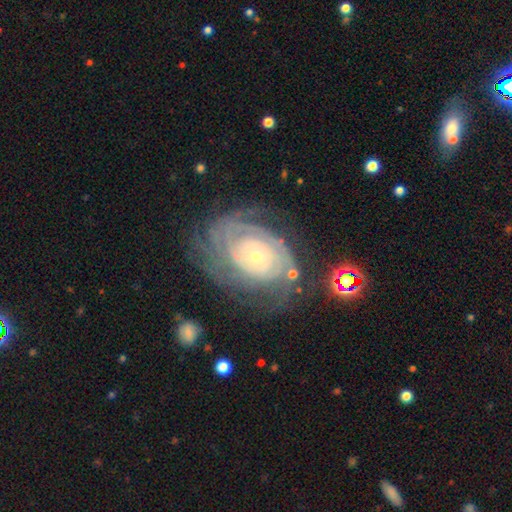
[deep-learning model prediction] smooth-or-featured: featured or disk: 85% | smooth: 9% | star or artifact: 7%
  disk-edge-on: no: 96% | yes: 4%
    bar: no: 79% | weak: 15% | strong: 5%
    has-spiral-arms: yes: 94% | no: 6%
      spiral-winding: tight: 79% | medium: 16% | loose: 4%
      spiral-arm-count: can't tell: 40% | 2: 18% | 3: 14% | 4: 13% | more than 4: 9% | 1: 6%
    bulge-size: small: 78% | moderate: 17% | large: 2% | none: 1% | dominant: 1%
  merging: none: 66% | minor disturbance: 19% | major disturbance: 12% | merger: 3%